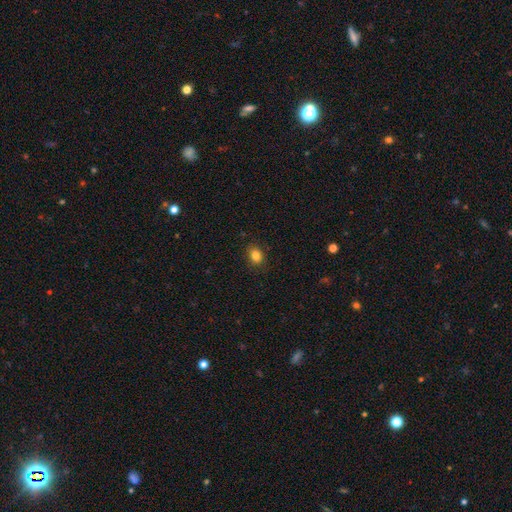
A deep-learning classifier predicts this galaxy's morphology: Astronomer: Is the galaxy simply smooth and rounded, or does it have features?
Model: smooth — 84%.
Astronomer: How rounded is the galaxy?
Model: in between — 52% (runner-up: round, 47%).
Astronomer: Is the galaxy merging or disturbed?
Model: none — 87%.